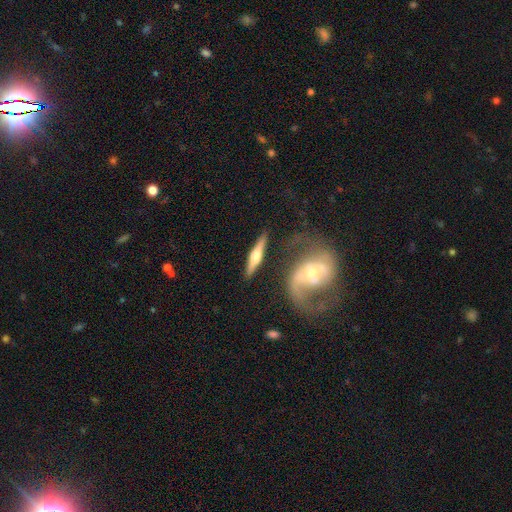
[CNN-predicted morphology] A featured or disk galaxy (66%) viewed edge-on (93%) with a rounded central bulge (90%).

Vote fractions:
- Smooth or featured? featured or disk: 66% / smooth: 29% / star or artifact: 5%
- Edge-on disk? yes: 93% / no: 7%
- Edge-on bulge? rounded: 90% / boxy: 5% / none: 5%
- Merging? none: 80% / minor disturbance: 11% / merger: 5% / major disturbance: 3%